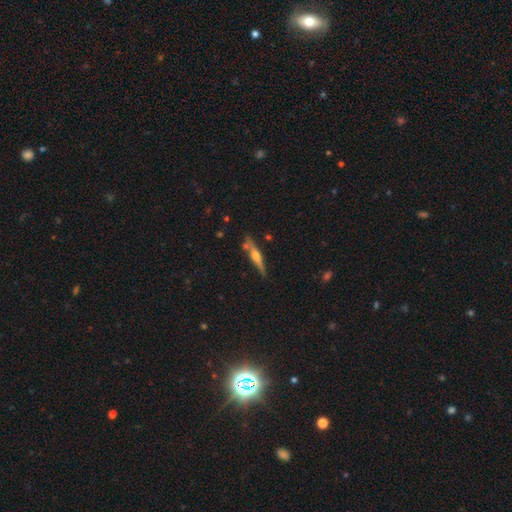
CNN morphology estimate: featured or disk 61%, smooth 32%, star or artifact 7%. Down the decision tree: edge-on disk — yes (95%); edge-on bulge — rounded (75%); merging — none (75%).